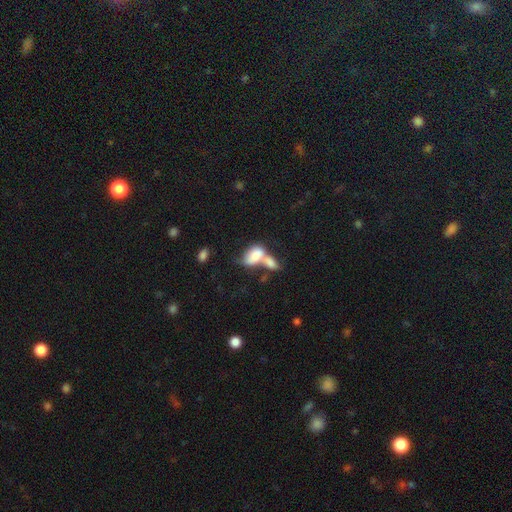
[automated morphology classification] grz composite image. It shows a smooth galaxy with no disk features (73%) that is in between round and cigar-shaped (90%). Merging: merger (72%).